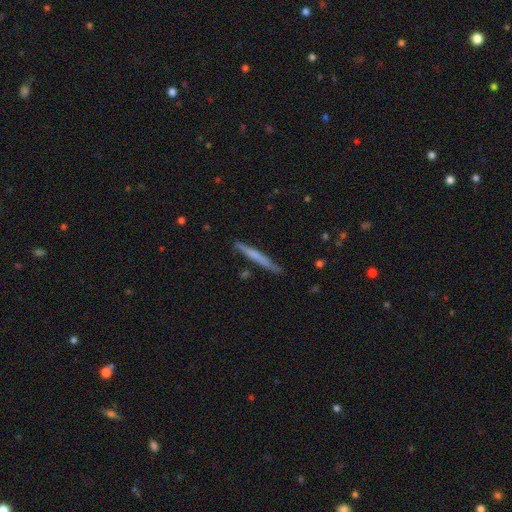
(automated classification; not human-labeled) A smooth galaxy with no disk features (55%) that is cigar-shaped (97%).

Vote fractions:
- Smooth or featured? smooth: 55% / featured or disk: 39% / star or artifact: 6%
- How rounded? cigar-shaped: 97% / in between: 2% / round: 1%
- Merging? none: 86% / minor disturbance: 10% / merger: 2% / major disturbance: 2%